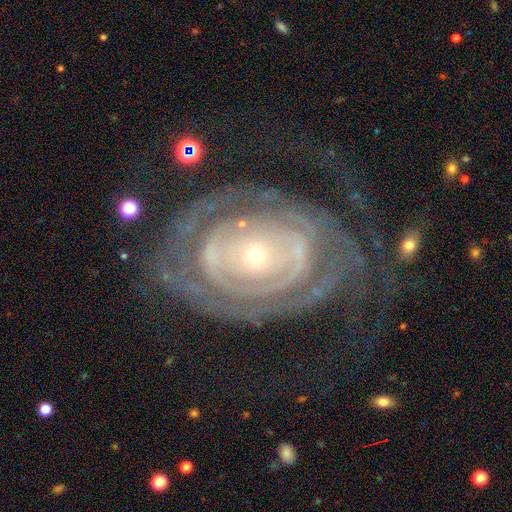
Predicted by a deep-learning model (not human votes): Overall: featured or disk (86%). Edge-on disk: no (96%). Bar: no (79%). Spiral arms: yes (84%). Spiral arm count: can't tell (43%; 2 21%). Spiral winding: tight (77%). Bulge size: small (78%). Merging: none (57%; major disturbance 24%).